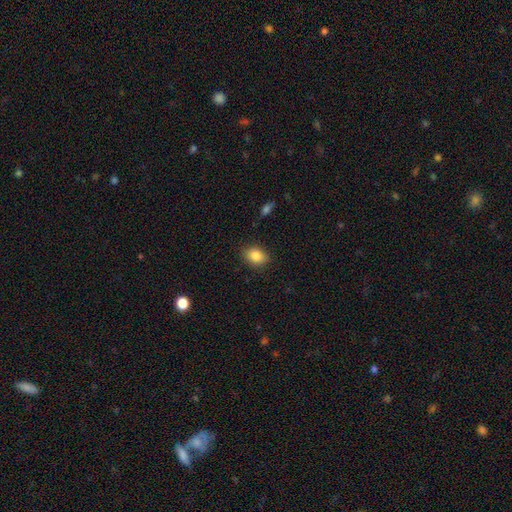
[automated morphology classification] Smooth or featured? smooth (86%)
How rounded? in between (68%)
Merging? none (86%)